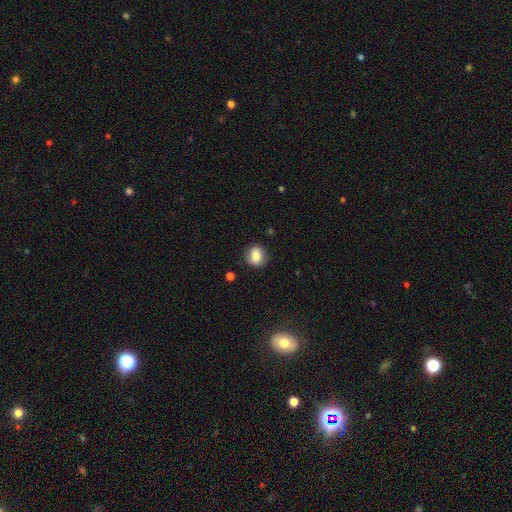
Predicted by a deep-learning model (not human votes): This is likely a smooth galaxy (79%). How rounded: likely round (69%). Merging: clearly none (83%).